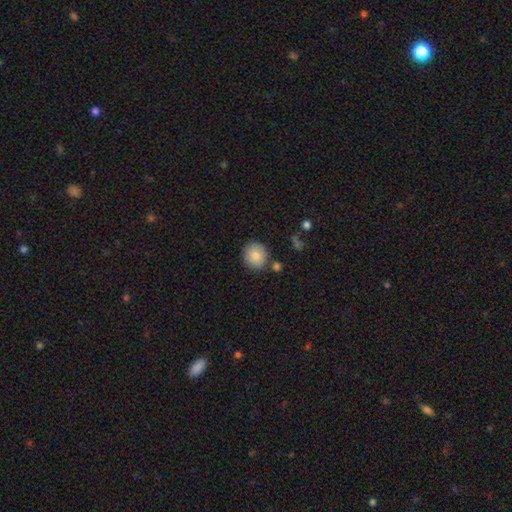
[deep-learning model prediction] smooth-or-featured: smooth: 83% | star or artifact: 9% | featured or disk: 8%
  how-rounded: round: 87% | in between: 12% | cigar-shaped: 1%
  merging: none: 81% | minor disturbance: 10% | merger: 7% | major disturbance: 3%